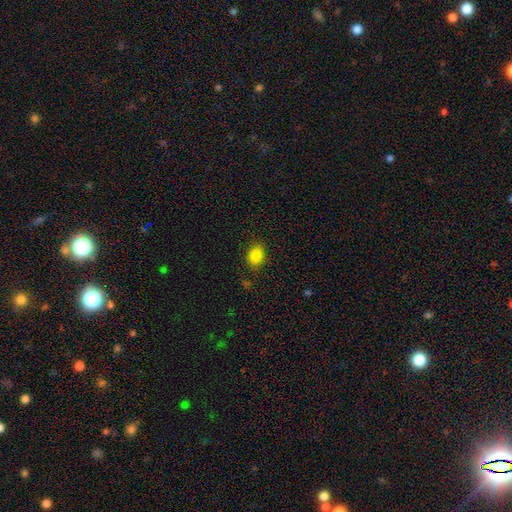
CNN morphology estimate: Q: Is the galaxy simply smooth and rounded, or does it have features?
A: smooth — 84%.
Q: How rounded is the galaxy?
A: in between — 66%.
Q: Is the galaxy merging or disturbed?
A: none — 85%.